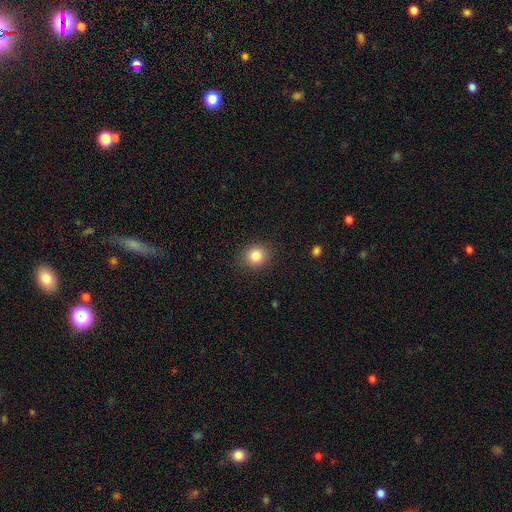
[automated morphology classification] This is clearly a smooth galaxy (82%). How rounded: clearly round (82%). Merging: clearly none (90%).